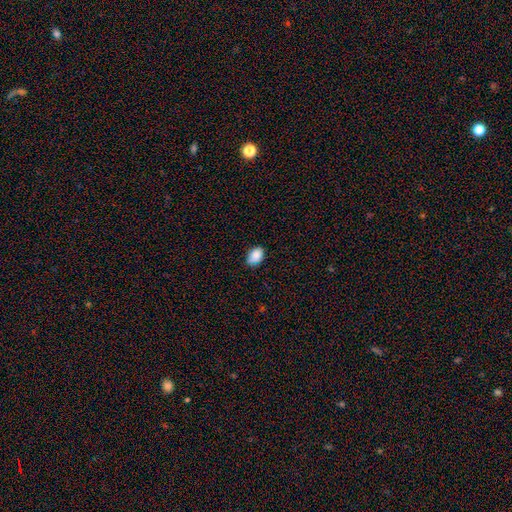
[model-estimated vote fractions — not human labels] smooth 86%, star or artifact 8%, featured or disk 6%. Down the decision tree: how rounded — in between (82%); merging — none (70%).